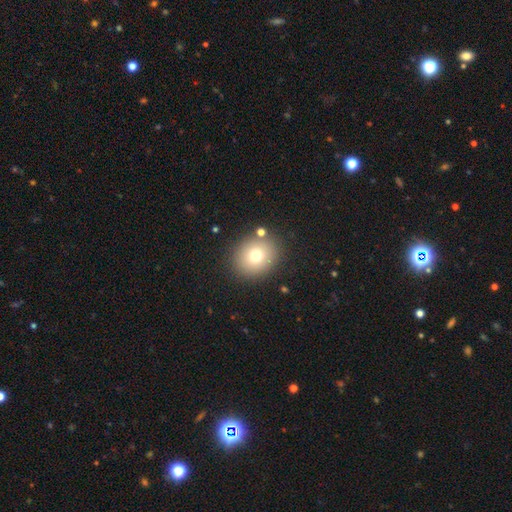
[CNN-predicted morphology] smooth-or-featured: smooth: 73% | star or artifact: 14% | featured or disk: 14%
  how-rounded: round: 74% | in between: 25% | cigar-shaped: 1%
  merging: none: 84% | minor disturbance: 8% | merger: 5% | major disturbance: 3%